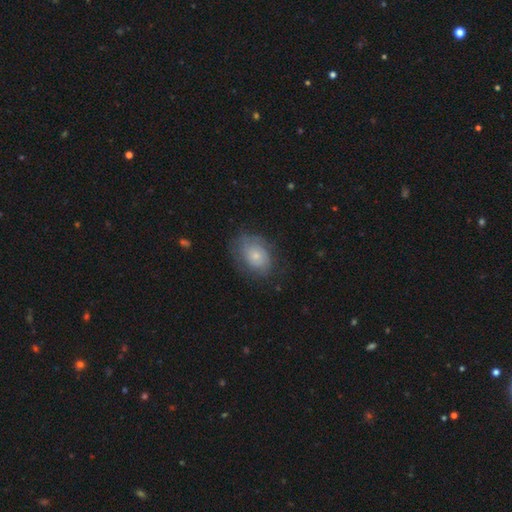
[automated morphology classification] type=smooth (51%); roundness=in between (72%); merging=none (66%).